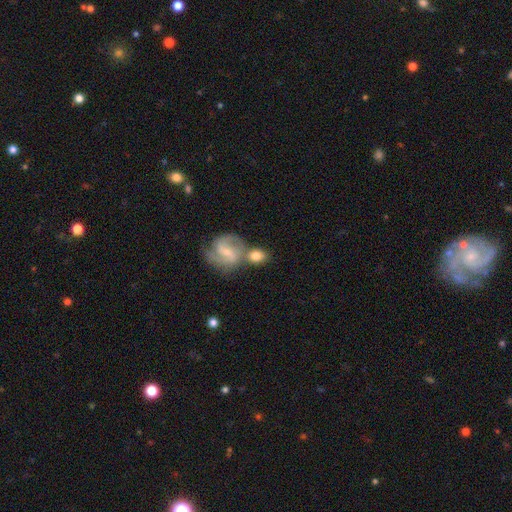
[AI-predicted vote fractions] A smooth galaxy with no disk features (59%) that is round (53%).

Vote fractions:
- Smooth or featured? smooth: 59% / featured or disk: 35% / star or artifact: 7%
- How rounded? round: 53% / in between: 44% / cigar-shaped: 2%
- Merging? none: 47% / merger: 37% / minor disturbance: 12% / major disturbance: 5%